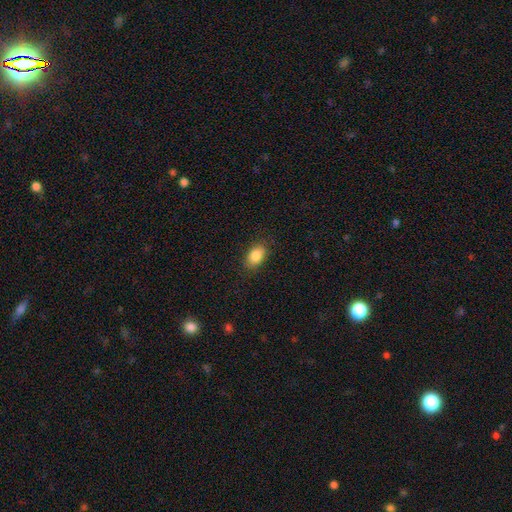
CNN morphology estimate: This appears to be a smooth galaxy with no disk features (86%) that is in between round and cigar-shaped (88%). Merging: none (86%).